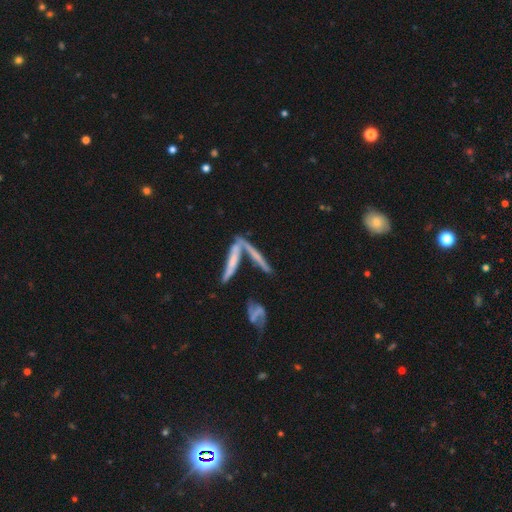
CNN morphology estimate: Smooth or featured? featured or disk (51%)
Edge-on disk? yes (76%)
Merging? merger (43%)